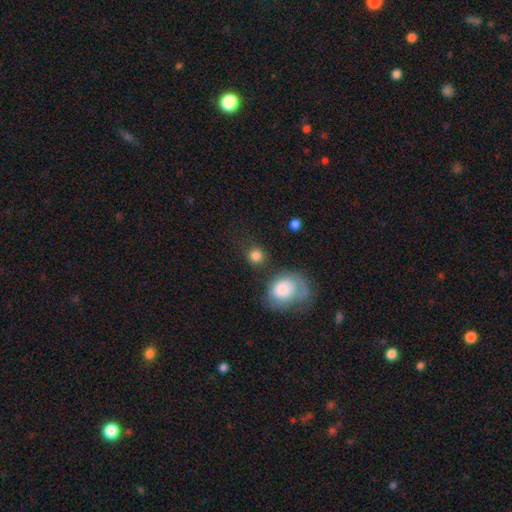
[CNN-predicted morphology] The model was most divided on "merging": none: 67%, minor disturbance: 14%, merger: 11%, major disturbance: 8%. More confident: how rounded — round (83%); smooth or featured — smooth (83%).